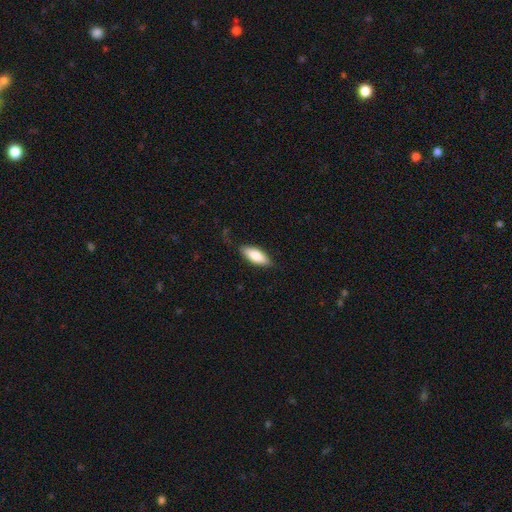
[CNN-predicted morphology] This is likely a smooth galaxy (76%). How rounded: likely in between (69%). Merging: clearly none (80%).